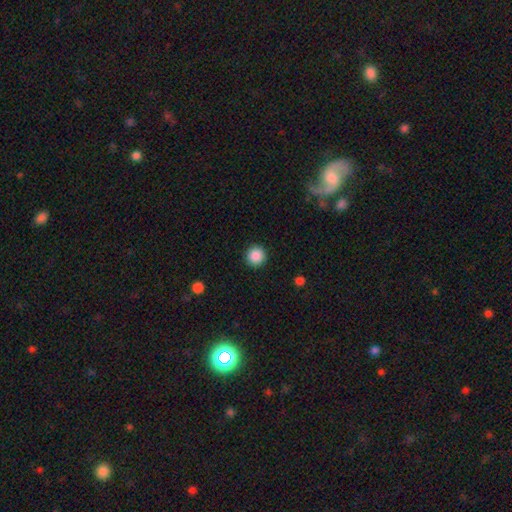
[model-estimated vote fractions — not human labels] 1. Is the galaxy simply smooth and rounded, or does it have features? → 88% smooth, 9% star or artifact, 3% featured or disk.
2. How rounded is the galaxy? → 96% round, 3% in between, 1% cigar-shaped.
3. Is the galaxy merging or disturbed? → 92% none, 5% minor disturbance, 2% major disturbance, 1% merger.